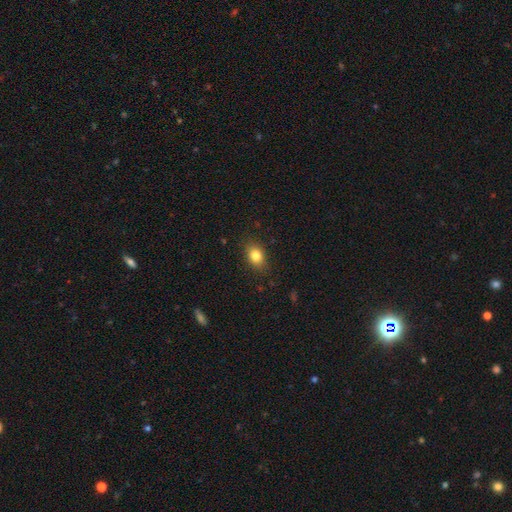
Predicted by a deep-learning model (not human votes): This is clearly a smooth galaxy (83%). How rounded: likely in between (71%). Merging: clearly none (84%).